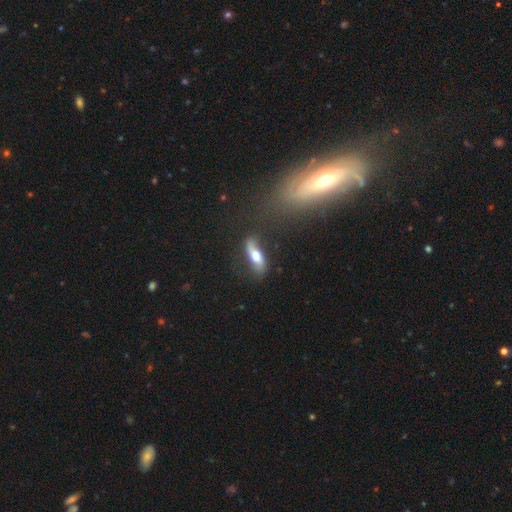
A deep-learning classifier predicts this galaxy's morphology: The model was most divided on "smooth or featured": smooth: 49%, featured or disk: 44%, star or artifact: 7%. More confident: merging — none (62%).